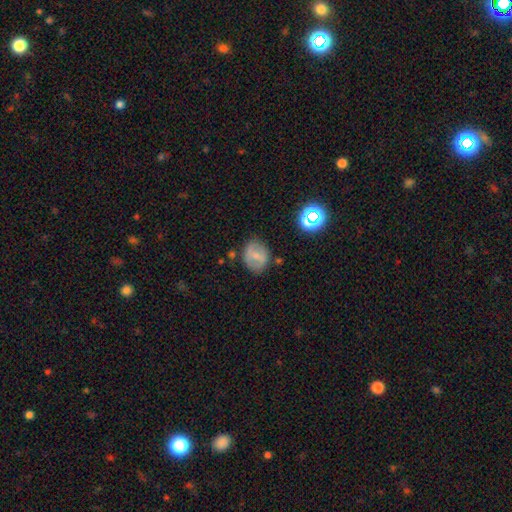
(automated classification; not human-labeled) Smooth or featured? Predicted: smooth (p=0.54). How rounded? Predicted: round (p=0.62). Merging? Predicted: none (p=0.75).